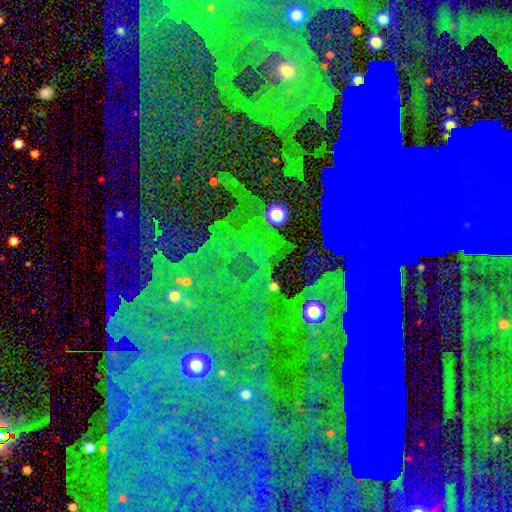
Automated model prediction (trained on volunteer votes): Morphology: type=star or artifact (84%).